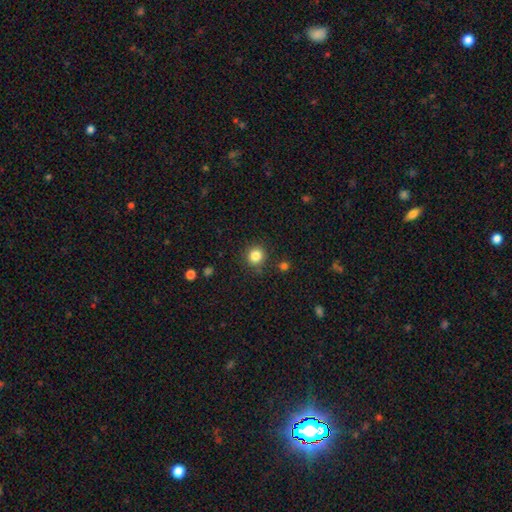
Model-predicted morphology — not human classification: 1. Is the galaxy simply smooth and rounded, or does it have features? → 84% smooth, 11% star or artifact, 5% featured or disk.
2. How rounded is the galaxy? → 91% round, 8% in between, 1% cigar-shaped.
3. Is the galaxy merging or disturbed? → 87% none, 8% minor disturbance, 3% merger, 3% major disturbance.